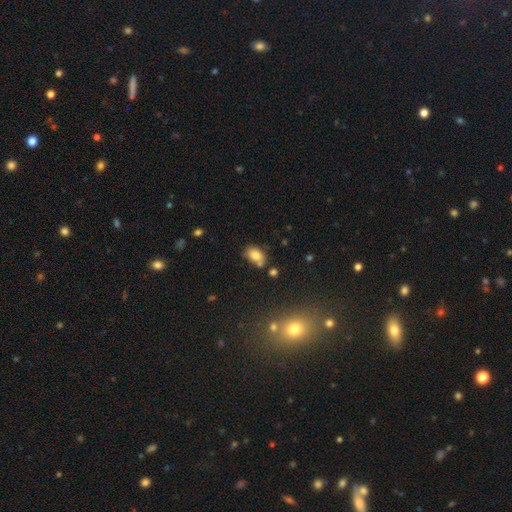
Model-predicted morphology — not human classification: Q: Smooth or featured?
A: smooth (81%); runner-up: star or artifact (10%)
Q: How rounded?
A: in between (84%); runner-up: round (14%)
Q: Merging?
A: none (57%); runner-up: minor disturbance (21%)